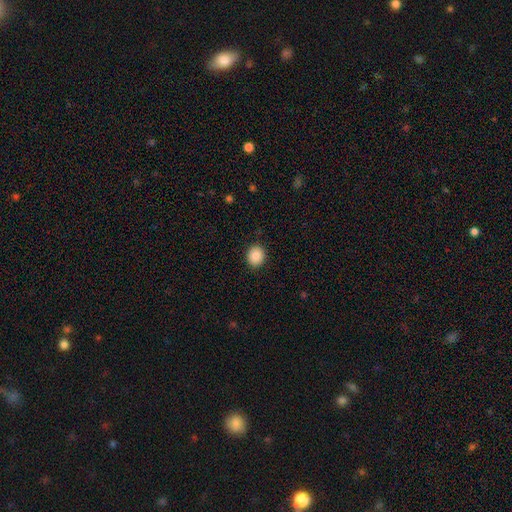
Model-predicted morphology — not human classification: This appears to be a smooth galaxy with no disk features (86%) that is round (72%). Merging: none (90%).